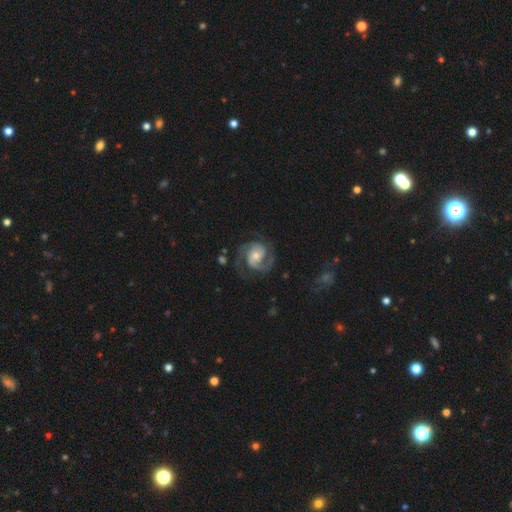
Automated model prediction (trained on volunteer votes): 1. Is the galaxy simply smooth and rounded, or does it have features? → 89% featured or disk, 6% smooth, 5% star or artifact.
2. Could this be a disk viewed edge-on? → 98% no, 2% yes.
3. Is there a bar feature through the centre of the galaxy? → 56% no, 34% weak, 10% strong.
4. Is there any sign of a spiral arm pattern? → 98% yes, 2% no.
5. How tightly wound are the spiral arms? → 49% medium, 39% tight, 12% loose.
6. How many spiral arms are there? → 78% 2, 10% 3, 5% can't tell, 3% 1, 2% 4, 2% more than 4.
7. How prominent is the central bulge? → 54% moderate, 37% small, 5% large, 2% none, 1% dominant.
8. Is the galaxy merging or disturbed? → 72% none, 16% minor disturbance, 10% major disturbance, 2% merger.